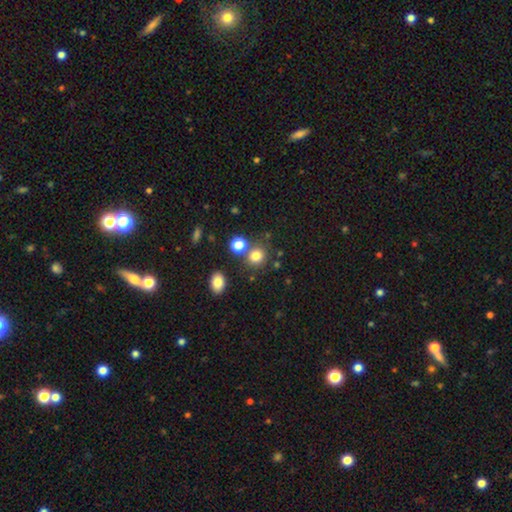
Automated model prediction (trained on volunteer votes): smooth-or-featured: smooth: 80% | star or artifact: 14% | featured or disk: 7%
  how-rounded: round: 78% | in between: 21% | cigar-shaped: 1%
  merging: none: 69% | merger: 17% | minor disturbance: 10% | major disturbance: 4%